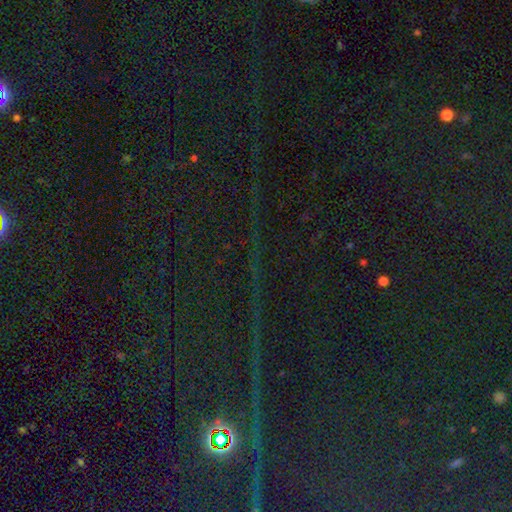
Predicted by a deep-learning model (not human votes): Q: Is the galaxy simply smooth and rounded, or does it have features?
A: star or artifact — 86%.